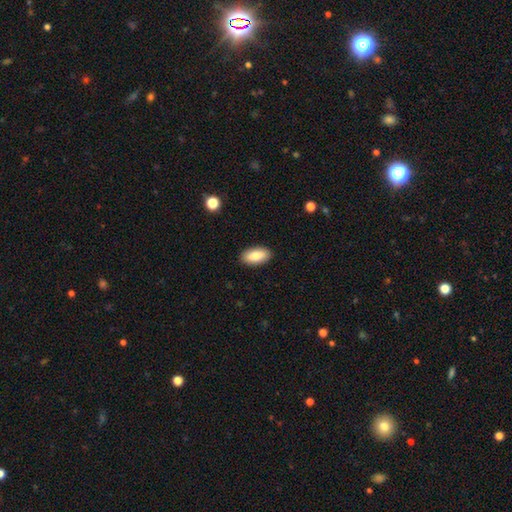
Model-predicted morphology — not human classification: smooth 86%, featured or disk 8%, star or artifact 6%. Down the decision tree: how rounded — in between (91%); merging — none (90%).